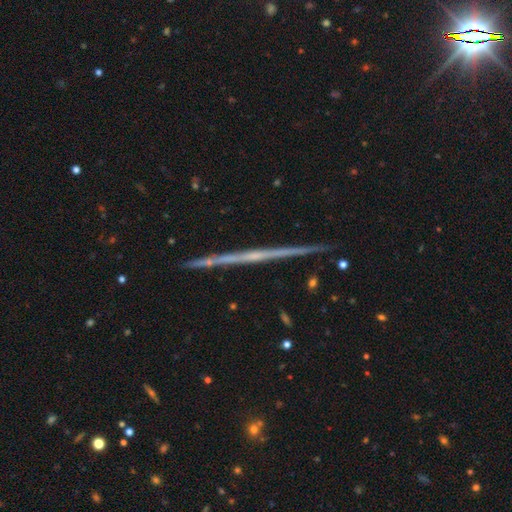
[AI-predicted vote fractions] Morphology: type=featured or disk (77%); edge-on=yes (98%); edge-on bulge=none (77%); merging=none (92%).